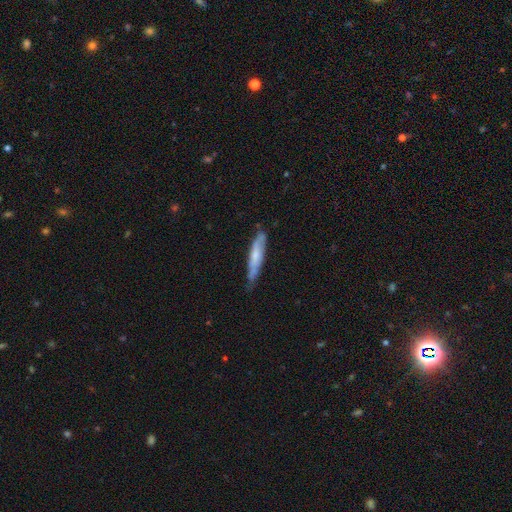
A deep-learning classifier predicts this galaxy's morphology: Q: Smooth or featured?
A: featured or disk (47%); tied with: smooth (47%)
Q: Merging?
A: none (65%); runner-up: minor disturbance (28%)